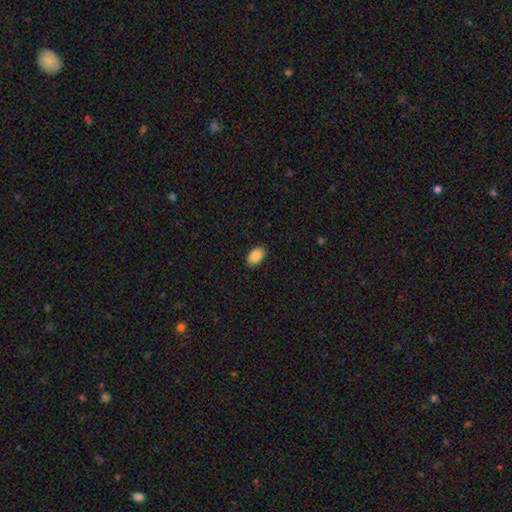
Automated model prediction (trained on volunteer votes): smooth-or-featured: smooth: 89% | star or artifact: 7% | featured or disk: 4%
  how-rounded: in between: 92% | round: 7% | cigar-shaped: 1%
  merging: none: 88% | minor disturbance: 9% | major disturbance: 2% | merger: 1%